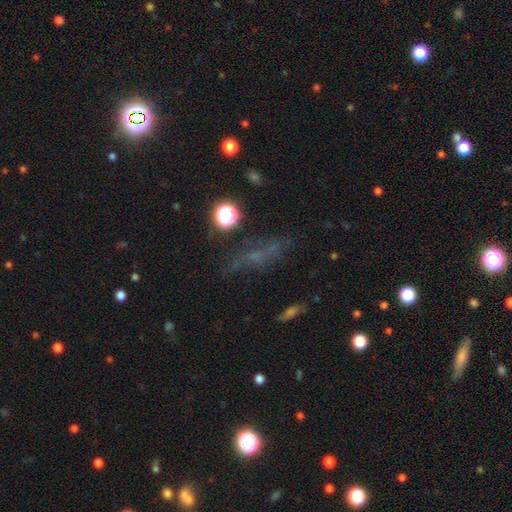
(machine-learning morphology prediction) Smooth or featured: smooth — 36% (star or artifact — 34%)
Merging: none — 63% (minor disturbance — 19%)